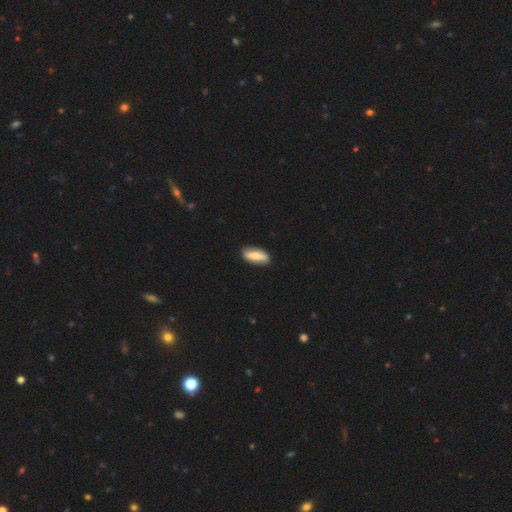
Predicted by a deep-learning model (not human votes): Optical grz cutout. It shows a smooth galaxy with no disk features (64%) that is in between round and cigar-shaped (75%). Merging: none (85%).